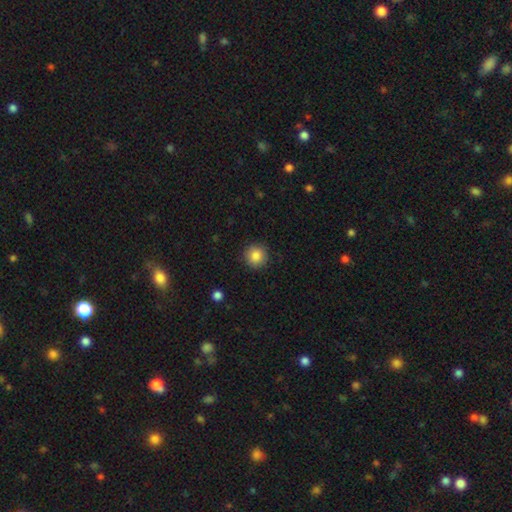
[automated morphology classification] Q: Smooth or featured?
A: smooth (85%); runner-up: star or artifact (10%)
Q: How rounded?
A: round (94%); runner-up: in between (5%)
Q: Merging?
A: none (90%); runner-up: minor disturbance (7%)